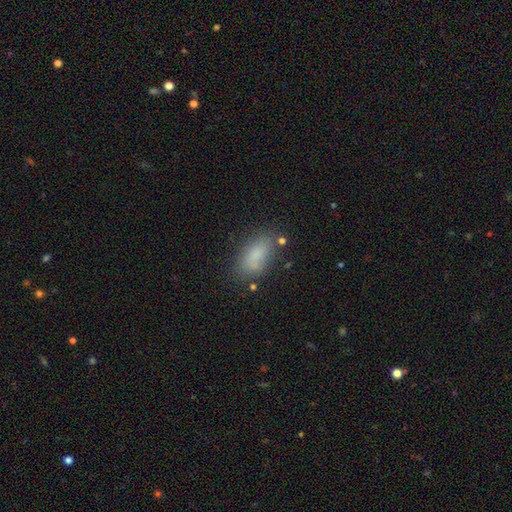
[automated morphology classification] This appears to be a smooth galaxy with no disk features (82%) that is in between round and cigar-shaped (87%). Merging: none (73%).